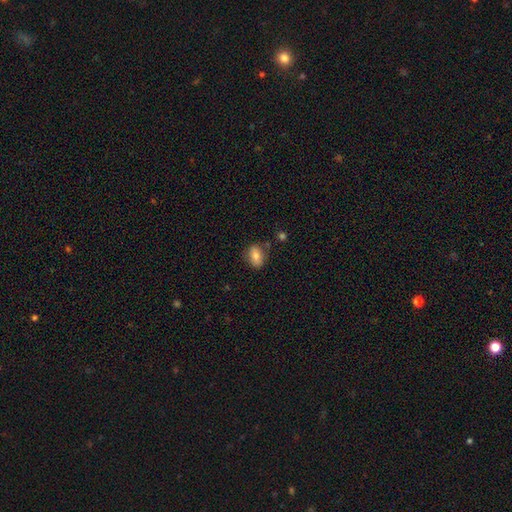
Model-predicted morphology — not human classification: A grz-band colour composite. It shows a smooth galaxy with no disk features (78%) that is in between round and cigar-shaped (81%). Merging: none (76%).